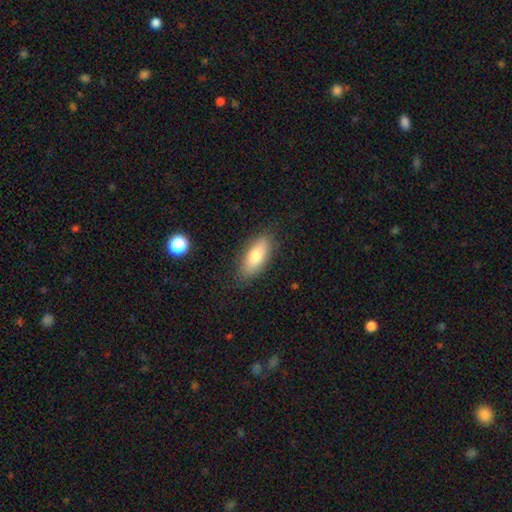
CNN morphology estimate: smooth-or-featured: smooth: 76% | featured or disk: 17% | star or artifact: 7%
  how-rounded: in between: 81% | cigar-shaped: 17% | round: 3%
  merging: none: 84% | minor disturbance: 11% | major disturbance: 3% | merger: 1%